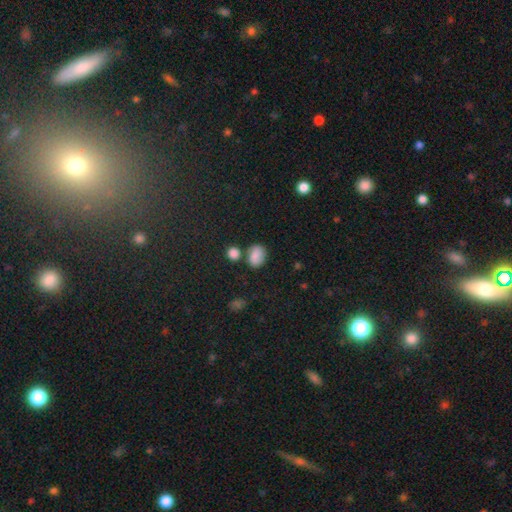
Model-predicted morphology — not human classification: Smooth or featured?
  - smooth: 83% *
  - star or artifact: 11%
  - featured or disk: 6%
How rounded?
  - in between: 65% *
  - round: 33%
  - cigar-shaped: 1%
Merging?
  - none: 66% *
  - minor disturbance: 15%
  - merger: 14%
  - major disturbance: 5%